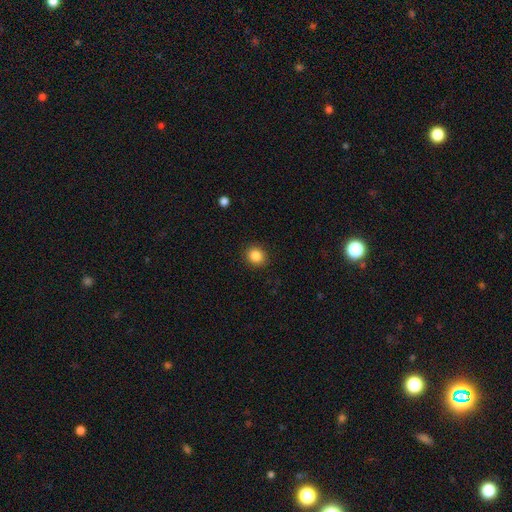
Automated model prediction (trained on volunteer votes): Smooth or featured?
  - smooth: 85% *
  - star or artifact: 10%
  - featured or disk: 4%
How rounded?
  - round: 77% *
  - in between: 22%
  - cigar-shaped: 1%
Merging?
  - none: 90% *
  - minor disturbance: 7%
  - major disturbance: 2%
  - merger: 1%